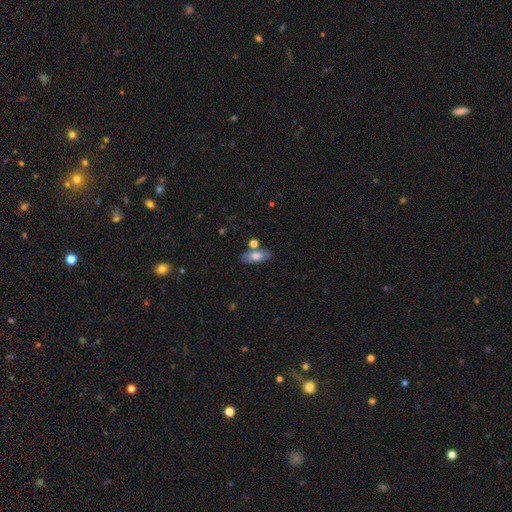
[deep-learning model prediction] The model was most divided on "smooth or featured": smooth: 73%, featured or disk: 20%, star or artifact: 7%. More confident: how rounded — in between (86%); merging — none (71%).